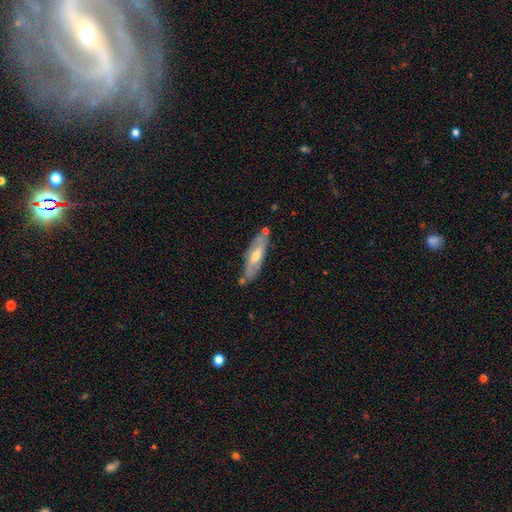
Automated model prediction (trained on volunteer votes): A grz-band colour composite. It shows a featured or disk galaxy (60%). Merging: none (73%).